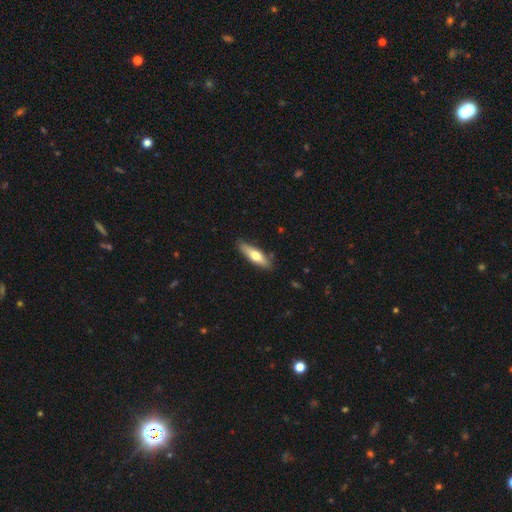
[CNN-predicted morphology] Smooth or featured? Predicted: smooth (p=0.62). How rounded? Predicted: cigar-shaped (p=0.62). Merging? Predicted: none (p=0.85).